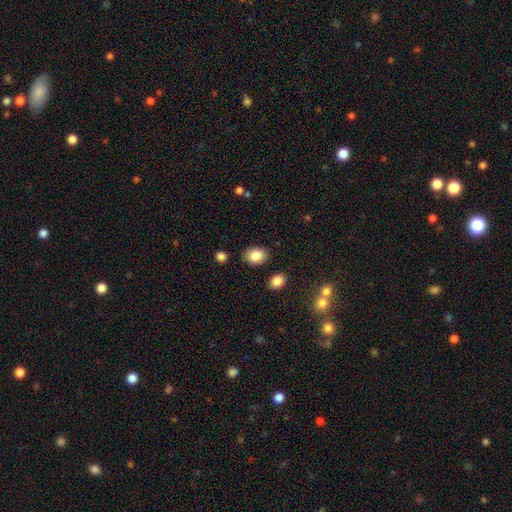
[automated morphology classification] Overall: smooth (86%). How rounded: in between (70%). Merging: none (85%).